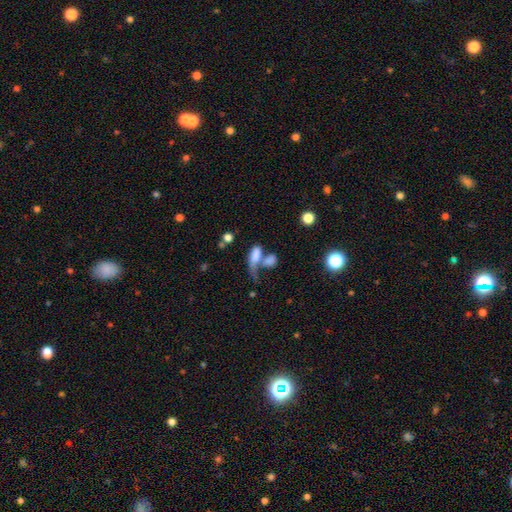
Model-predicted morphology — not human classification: smooth-or-featured: smooth: 69% | featured or disk: 21% | star or artifact: 11%
  how-rounded: in between: 76% | cigar-shaped: 16% | round: 8%
  merging: merger: 53% | none: 21% | major disturbance: 17% | minor disturbance: 9%